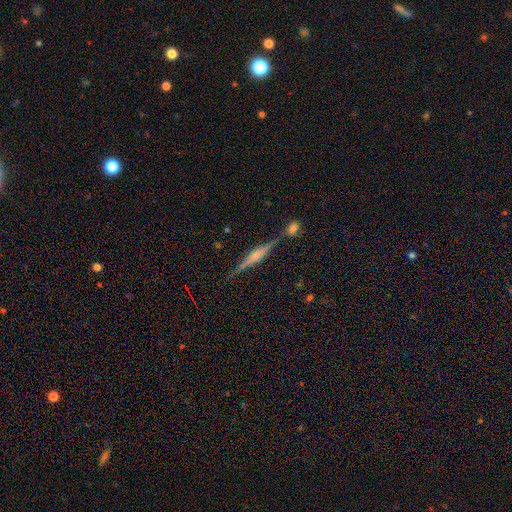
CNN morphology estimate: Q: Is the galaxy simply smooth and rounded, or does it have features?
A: featured or disk — 76%.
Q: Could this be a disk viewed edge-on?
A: yes — 97%.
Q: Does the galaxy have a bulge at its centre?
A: rounded — 64%.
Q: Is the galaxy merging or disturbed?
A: none — 80%.